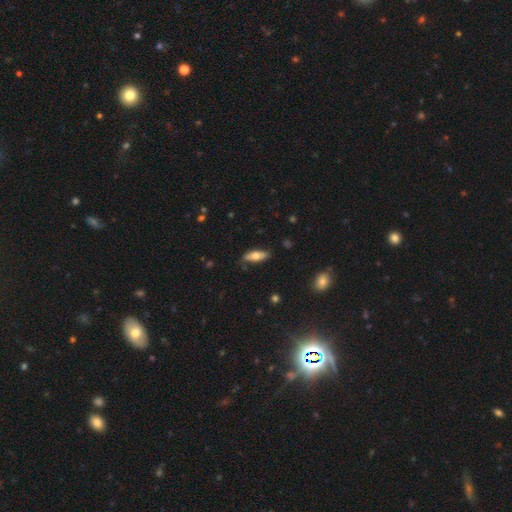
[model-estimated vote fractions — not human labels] Smooth or featured? Predicted: smooth (p=0.66). How rounded? Predicted: in between (p=0.65). Merging? Predicted: none (p=0.80).